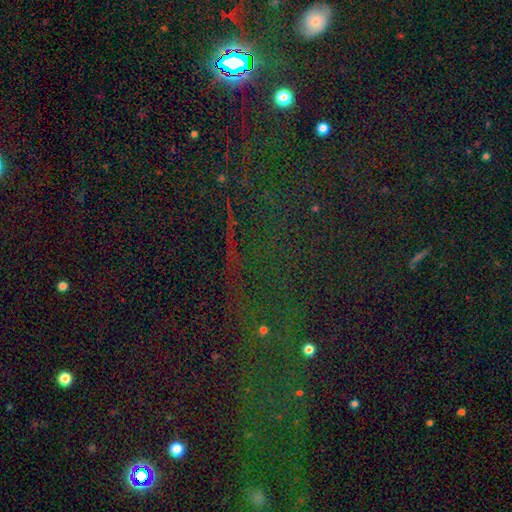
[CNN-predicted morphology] This appears to be a star or artifact, not a galaxy (81%).